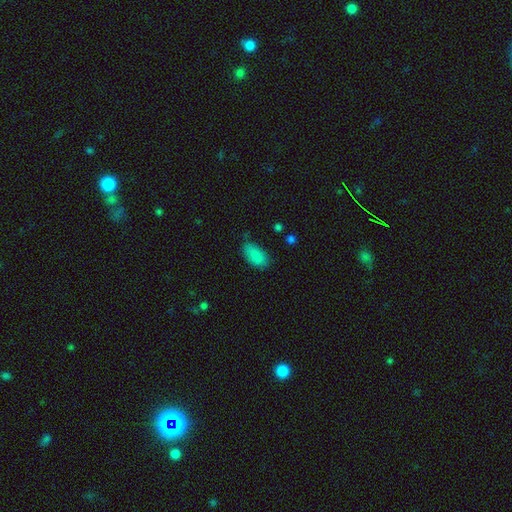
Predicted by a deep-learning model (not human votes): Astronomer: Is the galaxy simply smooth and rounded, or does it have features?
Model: smooth — 87%.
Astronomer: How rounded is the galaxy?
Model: in between — 93%.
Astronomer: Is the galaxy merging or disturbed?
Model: none — 73%.